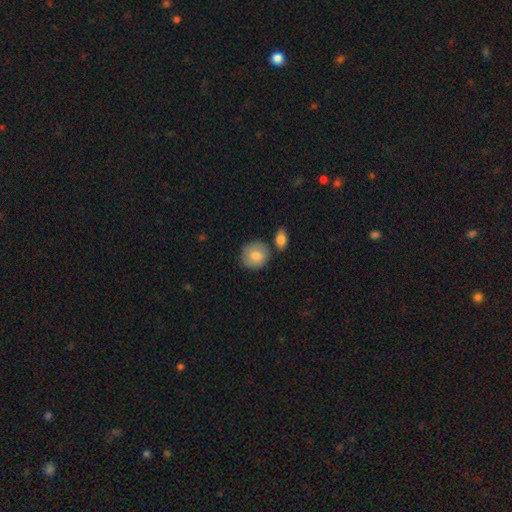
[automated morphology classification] A smooth galaxy with no disk features (80%) that is round (82%). Merging: none (71%).